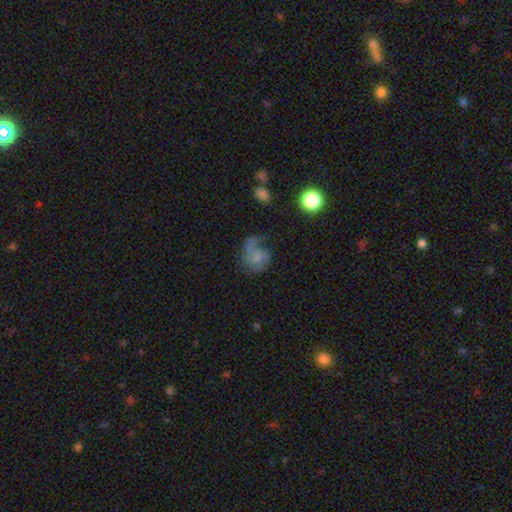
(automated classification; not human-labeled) Smooth or featured?
  - featured or disk: 50% *
  - smooth: 39%
  - star or artifact: 12%
Merging?
  - major disturbance: 46% *
  - none: 29%
  - minor disturbance: 20%
  - merger: 5%